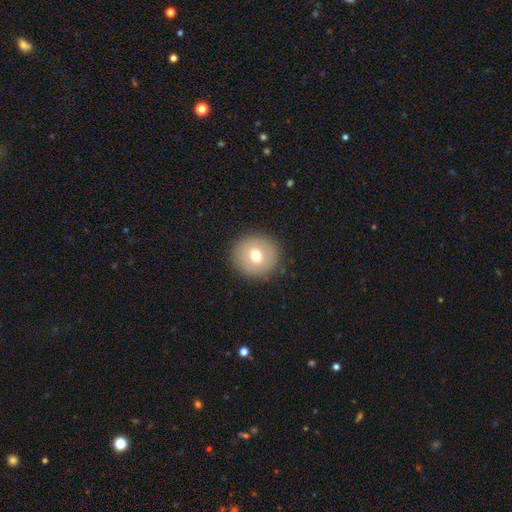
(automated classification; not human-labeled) A smooth galaxy with no disk features (70%) that is round (93%).

Vote fractions:
- Smooth or featured? smooth: 70% / featured or disk: 20% / star or artifact: 10%
- How rounded? round: 93% / in between: 6% / cigar-shaped: 1%
- Merging? none: 90% / minor disturbance: 6% / major disturbance: 3% / merger: 1%